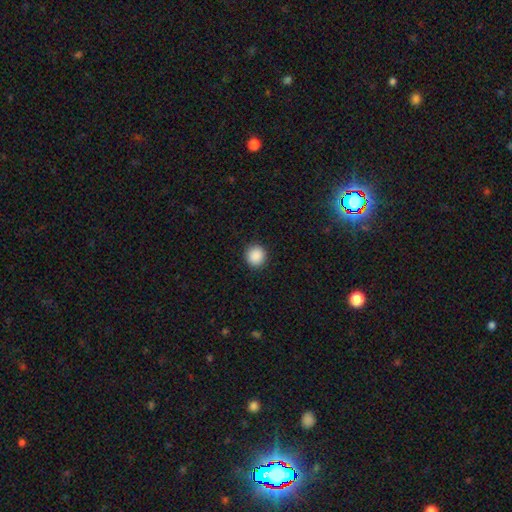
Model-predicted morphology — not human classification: A smooth galaxy with no disk features (89%) that is round (92%).

Vote fractions:
- Smooth or featured? smooth: 89% / star or artifact: 8% / featured or disk: 2%
- How rounded? round: 92% / in between: 7% / cigar-shaped: 1%
- Merging? none: 92% / minor disturbance: 5% / major disturbance: 2% / merger: 1%